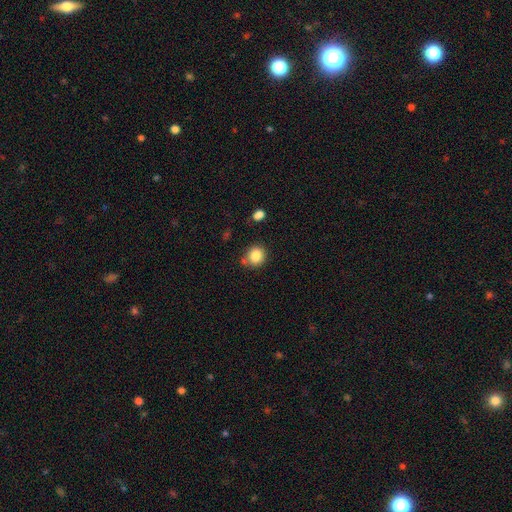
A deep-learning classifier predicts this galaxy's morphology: Overall: smooth (84%). How rounded: round (81%). Merging: none (75%).